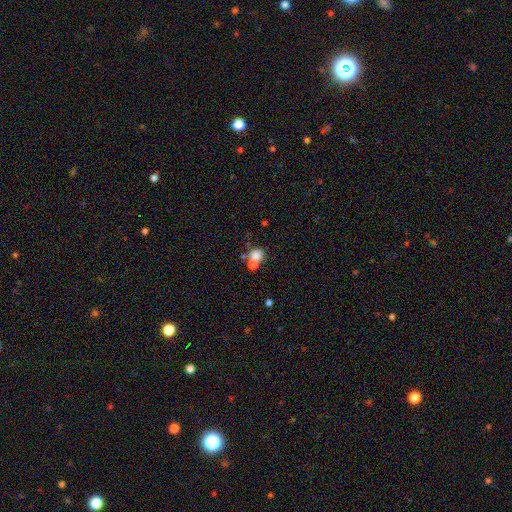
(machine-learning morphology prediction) smooth-or-featured: smooth: 79% | star or artifact: 11% | featured or disk: 10%
  how-rounded: round: 78% | in between: 21% | cigar-shaped: 1%
  merging: none: 43% (tied) | merger: 43% (tied) | minor disturbance: 9% | major disturbance: 5%